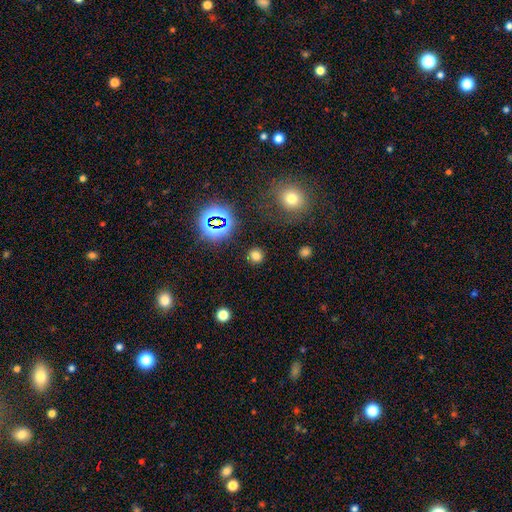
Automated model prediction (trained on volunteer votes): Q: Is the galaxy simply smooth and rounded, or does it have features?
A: smooth — 71%.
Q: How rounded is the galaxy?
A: round — 90%.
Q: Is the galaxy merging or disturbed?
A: none — 89%.